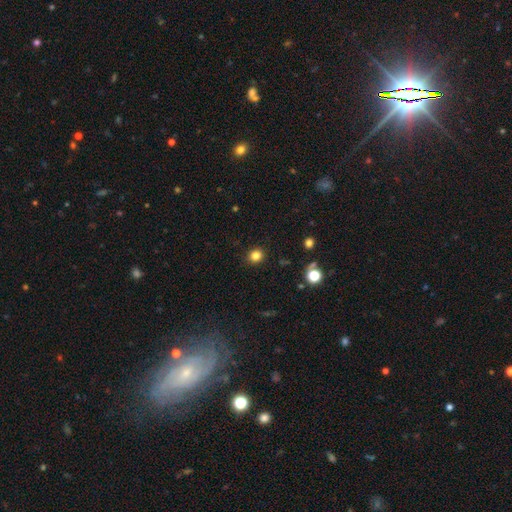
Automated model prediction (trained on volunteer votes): This appears to be a smooth galaxy with no disk features (82%) that is round (82%). Merging: none (90%).